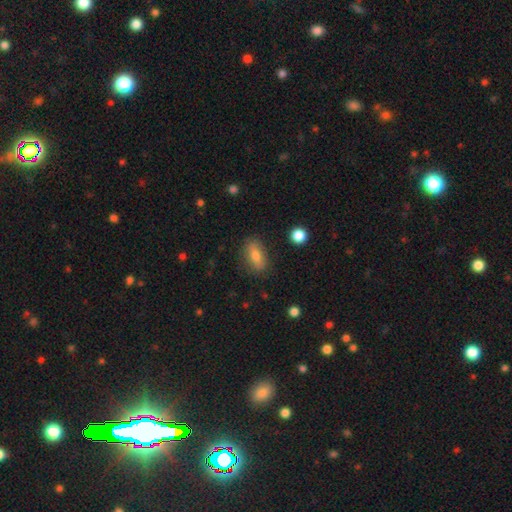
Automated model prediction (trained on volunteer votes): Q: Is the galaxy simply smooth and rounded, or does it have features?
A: smooth — 71%.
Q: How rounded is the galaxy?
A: in between — 79%.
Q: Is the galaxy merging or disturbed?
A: none — 84%.